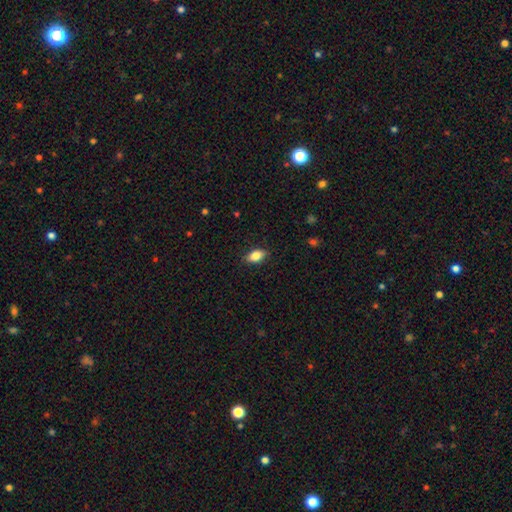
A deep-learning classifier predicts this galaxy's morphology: This appears to be a smooth galaxy with no disk features (84%) that is in between round and cigar-shaped (88%). Merging: none (85%).